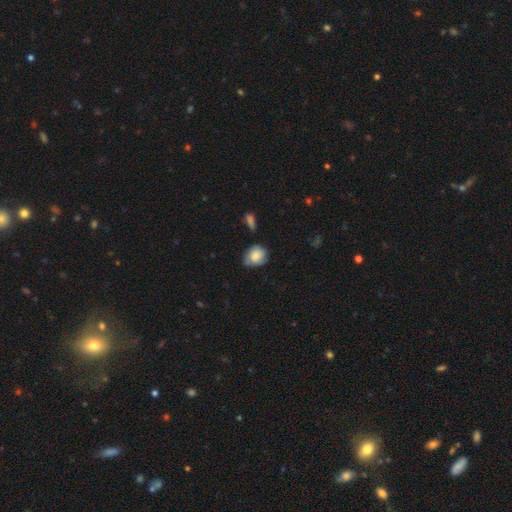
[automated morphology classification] This is likely a smooth galaxy (78%). How rounded: likely round (61%). Merging: possibly none (50%).